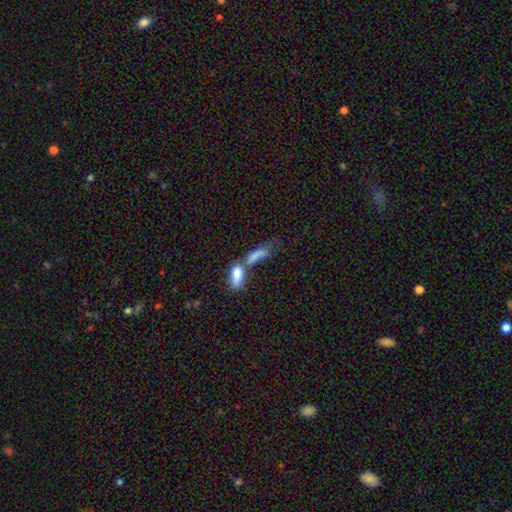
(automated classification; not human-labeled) Smooth or featured? Predicted: smooth (p=0.74). How rounded? Predicted: in between (p=0.60). Merging? Predicted: merger (p=0.68).